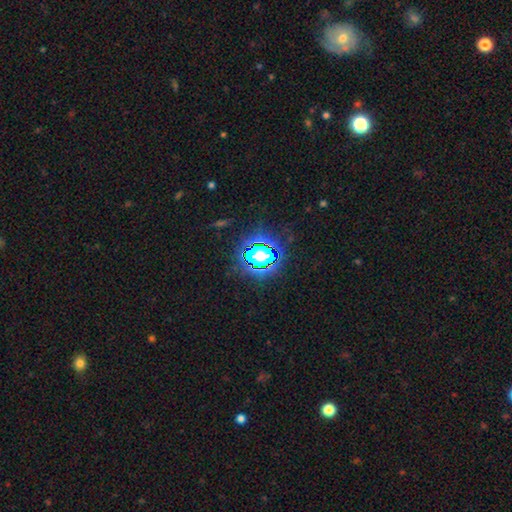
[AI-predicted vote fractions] A star or artifact, not a galaxy (79%).